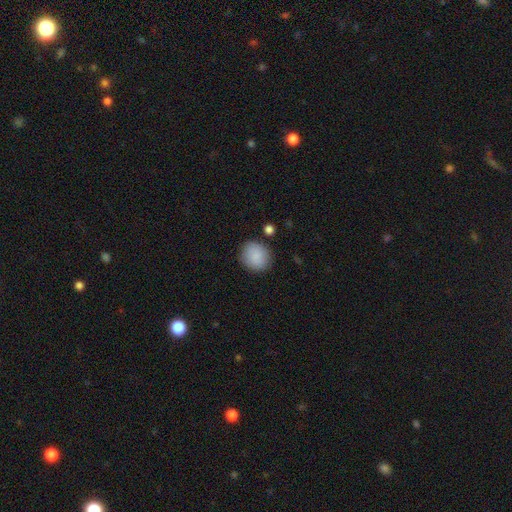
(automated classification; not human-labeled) smooth-or-featured: smooth: 88% | star or artifact: 7% | featured or disk: 5%
  how-rounded: round: 78% | in between: 21% | cigar-shaped: 1%
  merging: none: 84% | minor disturbance: 10% | major disturbance: 3% | merger: 3%